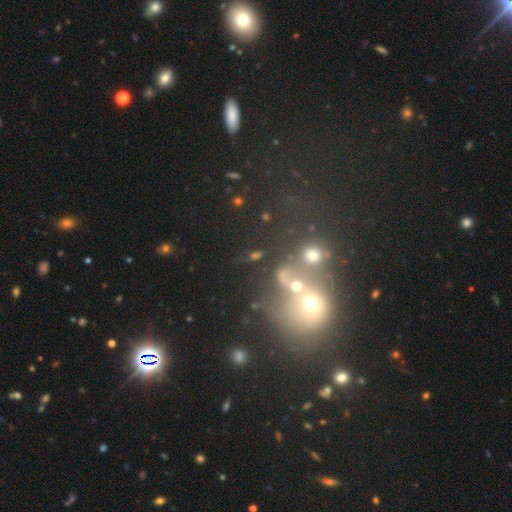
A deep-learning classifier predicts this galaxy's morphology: smooth_or_featured: smooth (p=0.49) [alt: star or artifact p=0.31]
merging: none (p=0.42) [alt: merger p=0.35]